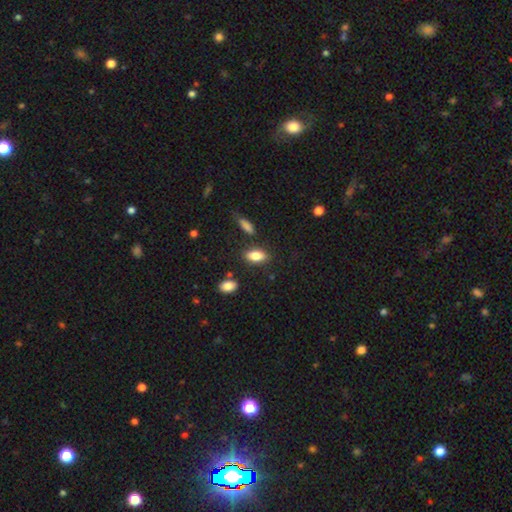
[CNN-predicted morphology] Smooth or featured? Predicted: smooth (p=0.83). How rounded? Predicted: in between (p=0.88). Merging? Predicted: none (p=0.81).